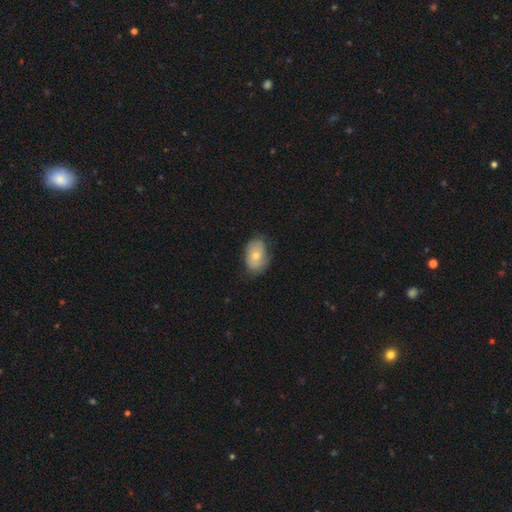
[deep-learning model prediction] Smooth or featured: smooth — 68% (featured or disk — 25%)
How rounded: in between — 86% (round — 13%)
Merging: none — 70% (minor disturbance — 24%)